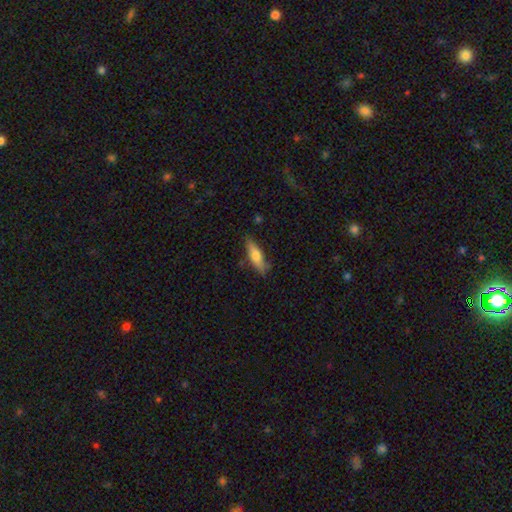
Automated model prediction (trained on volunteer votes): Overall: smooth (66%; featured or disk 28%). How rounded: cigar-shaped (61%; in between 37%). Merging: none (77%).